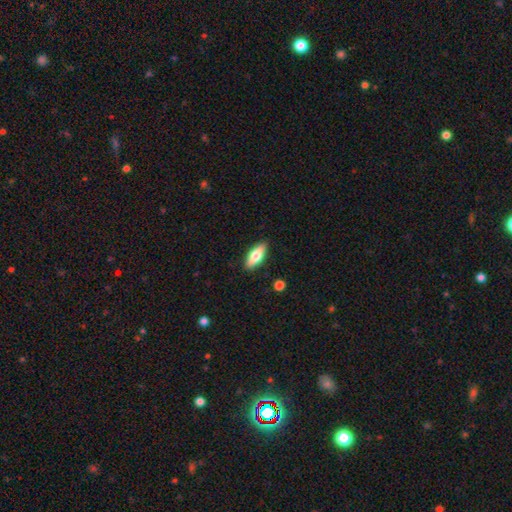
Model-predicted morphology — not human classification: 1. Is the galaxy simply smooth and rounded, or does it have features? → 68% smooth, 25% featured or disk, 6% star or artifact.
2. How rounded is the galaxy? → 72% in between, 25% cigar-shaped, 3% round.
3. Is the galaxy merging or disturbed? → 88% none, 8% minor disturbance, 2% major disturbance, 1% merger.